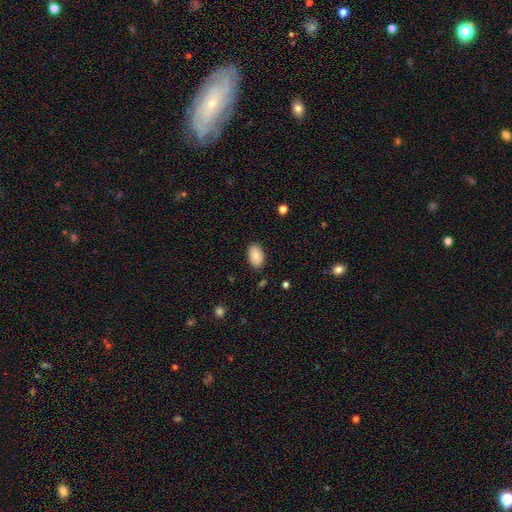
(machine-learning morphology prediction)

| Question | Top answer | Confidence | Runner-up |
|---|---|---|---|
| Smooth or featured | smooth | 87% | star or artifact (7%) |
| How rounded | in between | 91% | round (7%) |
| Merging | none | 86% | minor disturbance (10%) |